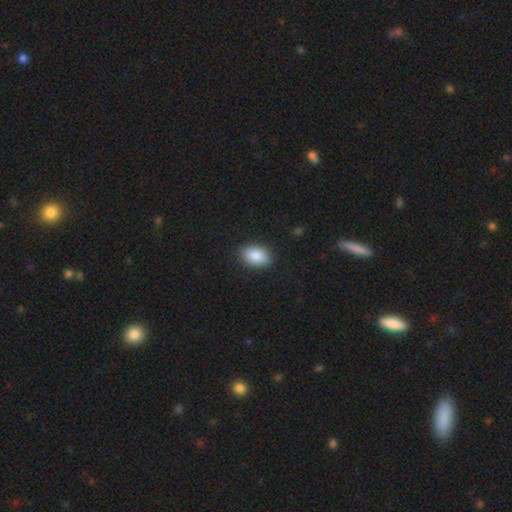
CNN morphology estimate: smooth 87%, star or artifact 7%, featured or disk 6%. Down the decision tree: how rounded — in between (90%); merging — none (87%).